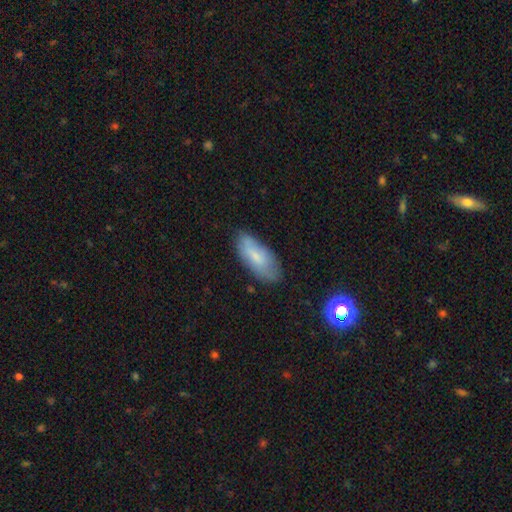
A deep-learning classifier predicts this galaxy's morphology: Q: Smooth or featured?
A: smooth (67%); runner-up: featured or disk (25%)
Q: How rounded?
A: in between (80%); runner-up: cigar-shaped (17%)
Q: Merging?
A: none (71%); runner-up: minor disturbance (22%)